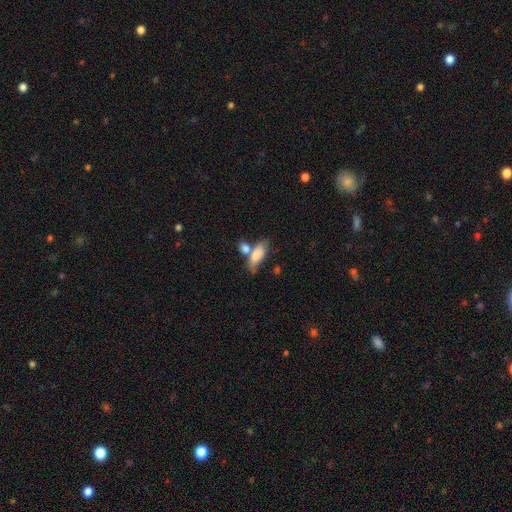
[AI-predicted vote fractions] Smooth or featured: smooth — 77% (featured or disk — 16%)
How rounded: in between — 80% (cigar-shaped — 16%)
Merging: merger — 40% (none — 36%)